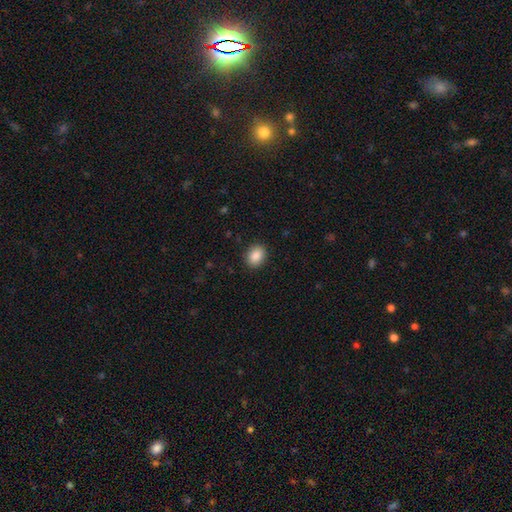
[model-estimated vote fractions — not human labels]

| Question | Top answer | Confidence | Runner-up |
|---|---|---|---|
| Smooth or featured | smooth | 88% | star or artifact (8%) |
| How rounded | in between | 58% | round (41%) |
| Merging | none | 89% | minor disturbance (7%) |